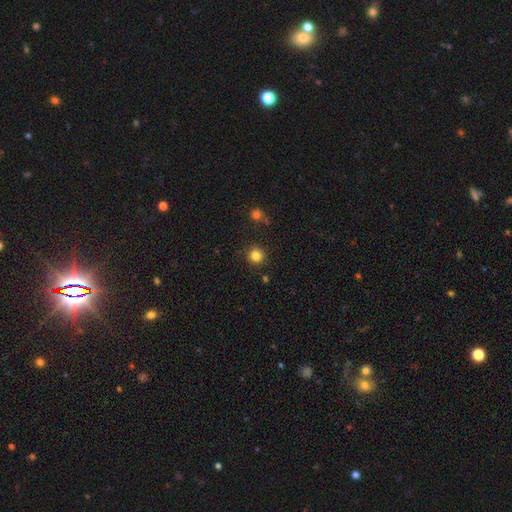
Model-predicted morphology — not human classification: type=smooth (83%); roundness=round (94%); merging=none (88%).